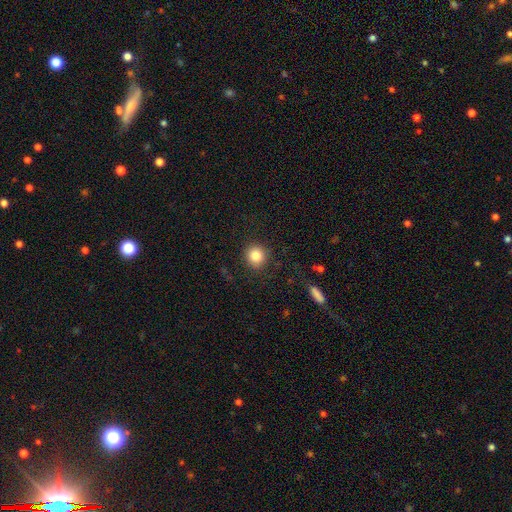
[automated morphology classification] A smooth galaxy with no disk features (84%) that is round (91%).

Vote fractions:
- Smooth or featured? smooth: 84% / star or artifact: 10% / featured or disk: 6%
- How rounded? round: 91% / in between: 8% / cigar-shaped: 1%
- Merging? none: 89% / minor disturbance: 7% / major disturbance: 3% / merger: 1%